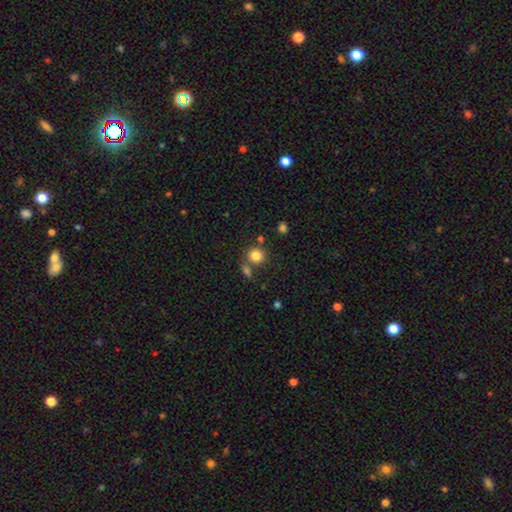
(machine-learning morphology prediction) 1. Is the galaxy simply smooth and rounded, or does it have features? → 83% smooth, 11% star or artifact, 6% featured or disk.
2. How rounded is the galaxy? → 84% round, 15% in between, 1% cigar-shaped.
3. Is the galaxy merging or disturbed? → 67% none, 19% merger, 10% minor disturbance, 4% major disturbance.